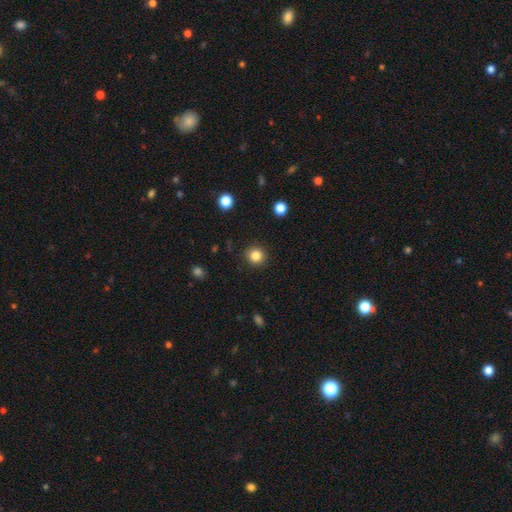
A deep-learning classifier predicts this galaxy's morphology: The model was most divided on "smooth or featured": smooth: 84%, star or artifact: 11%, featured or disk: 5%. More confident: how rounded — round (91%); merging — none (91%).